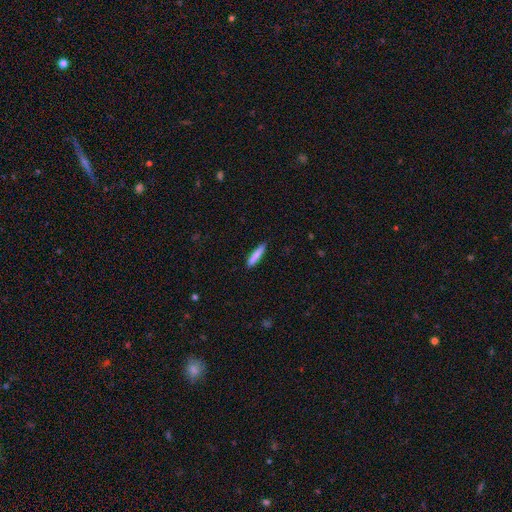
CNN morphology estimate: A smooth galaxy with no disk features (84%) that is cigar-shaped (90%). Merging: none (88%).